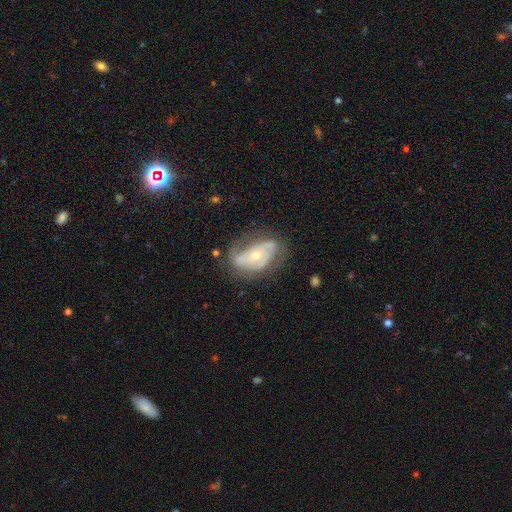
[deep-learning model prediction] Smooth or featured?
  - featured or disk: 73% *
  - smooth: 20%
  - star or artifact: 7%
Edge-on disk?
  - no: 95% *
  - yes: 5%
Bar?
  - no: 66% *
  - weak: 23%
  - strong: 11%
Spiral arms?
  - yes: 79% *
  - no: 21%
Spiral winding?
  - medium: 40% *
  - tight: 38%
  - loose: 22%
Spiral arm count?
  - 2: 55% *
  - can't tell: 25%
  - 3: 9%
  - 1: 7%
  - 4: 2%
  - more than 4: 2%
Bulge size?
  - small: 53% *
  - moderate: 43%
  - large: 2%
  - none: 1%
  - dominant: 1%
Merging?
  - none: 53% *
  - minor disturbance: 27%
  - major disturbance: 18%
  - merger: 2%